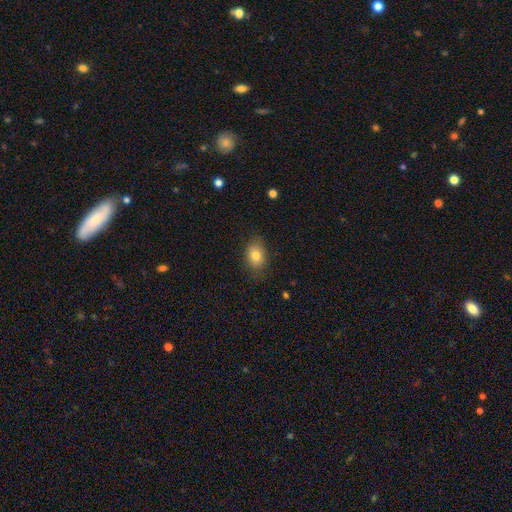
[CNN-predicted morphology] smooth 79%, featured or disk 11%, star or artifact 9%. Down the decision tree: how rounded — in between (75%); merging — none (80%).